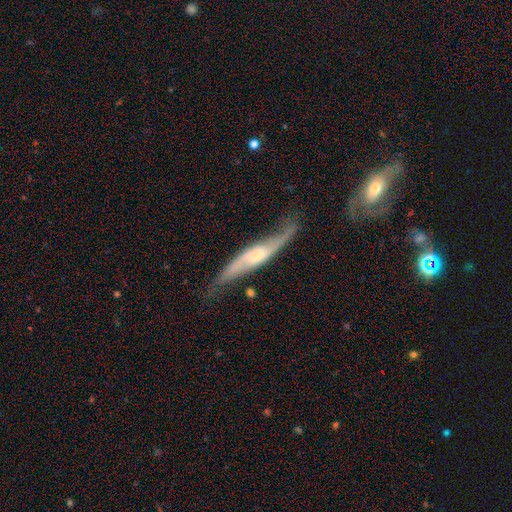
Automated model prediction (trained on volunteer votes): Smooth or featured: featured or disk — 78% (smooth — 17%)
Edge-on disk: no — 57% (yes — 43%)
Merging: none — 65% (minor disturbance — 23%)